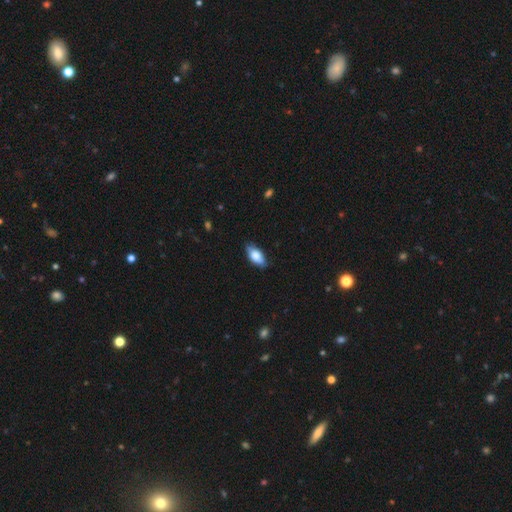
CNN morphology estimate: Smooth or featured? smooth (74%)
How rounded? in between (88%)
Merging? none (83%)